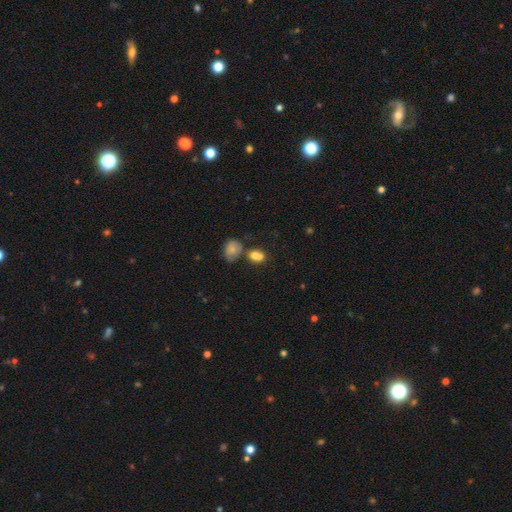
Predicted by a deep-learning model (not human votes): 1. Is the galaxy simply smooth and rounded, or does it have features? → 76% smooth, 12% featured or disk, 12% star or artifact.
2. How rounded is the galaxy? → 59% in between, 39% round, 2% cigar-shaped.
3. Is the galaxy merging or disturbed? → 40% merger, 38% none, 15% minor disturbance, 7% major disturbance.